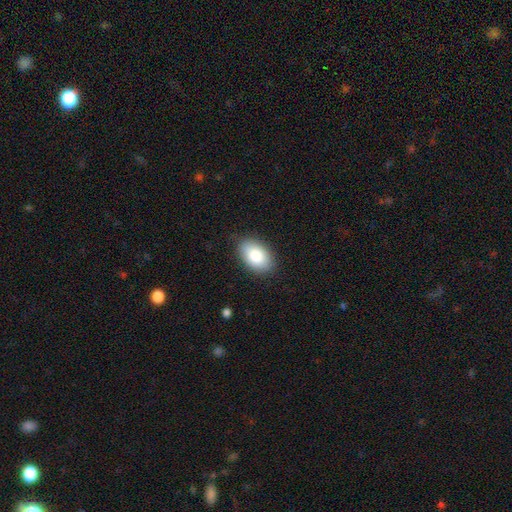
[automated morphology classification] Smooth or featured: smooth — 85% (featured or disk — 9%)
How rounded: in between — 91% (round — 8%)
Merging: none — 85% (minor disturbance — 11%)